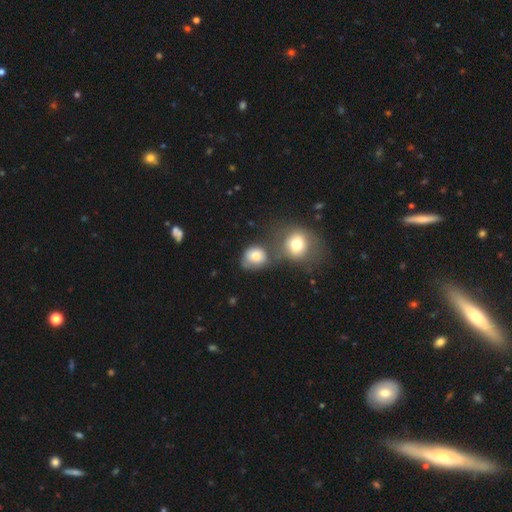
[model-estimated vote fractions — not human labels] Smooth or featured? smooth (76%)
How rounded? round (66%)
Merging? none (37%)